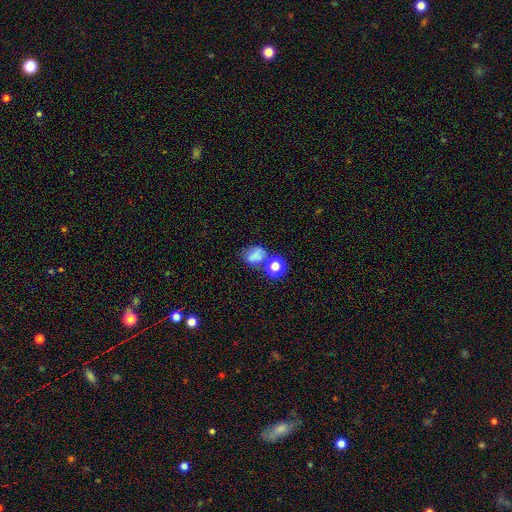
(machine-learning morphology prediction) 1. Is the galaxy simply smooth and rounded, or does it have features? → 73% smooth, 16% star or artifact, 11% featured or disk.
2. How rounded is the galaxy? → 57% in between, 42% round, 1% cigar-shaped.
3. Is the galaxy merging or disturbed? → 45% none, 27% merger, 18% minor disturbance, 10% major disturbance.